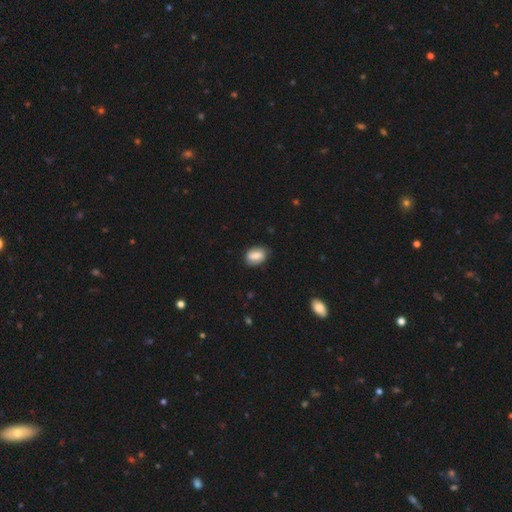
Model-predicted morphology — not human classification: smooth-or-featured: smooth: 77% | featured or disk: 15% | star or artifact: 7%
  how-rounded: in between: 81% | round: 17% | cigar-shaped: 1%
  merging: none: 78% | minor disturbance: 17% | major disturbance: 3% | merger: 1%